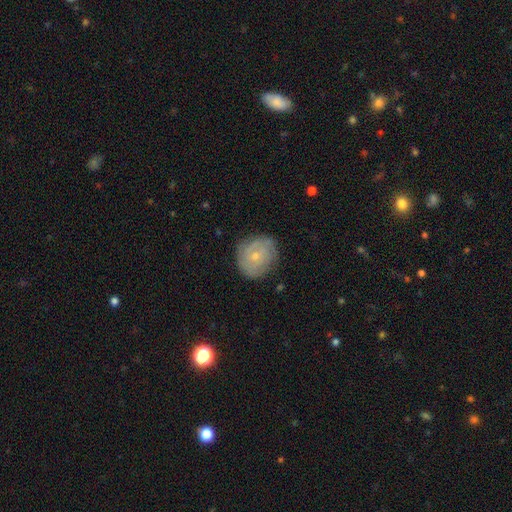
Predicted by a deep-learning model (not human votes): A featured or disk galaxy (51%). Merging: none (75%).